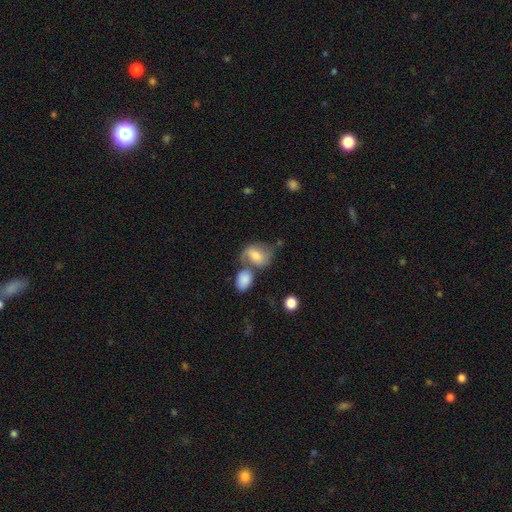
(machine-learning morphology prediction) smooth 62%, featured or disk 29%, star or artifact 9%. Down the decision tree: how rounded — in between (73%); merging — merger (40%).